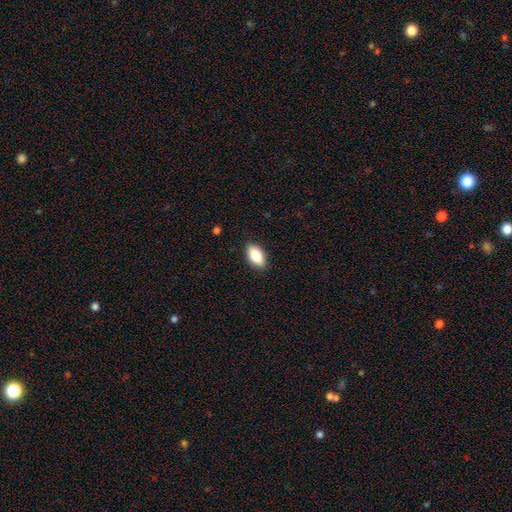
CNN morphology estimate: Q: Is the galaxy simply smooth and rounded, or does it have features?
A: smooth — 81%.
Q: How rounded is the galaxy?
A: in between — 91%.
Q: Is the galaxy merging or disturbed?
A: none — 88%.